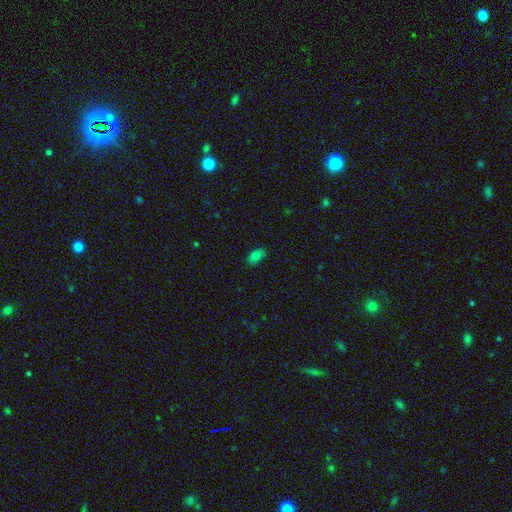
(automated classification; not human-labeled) The model was most divided on "merging": none: 81%, minor disturbance: 15%, major disturbance: 3%, merger: 1%. More confident: how rounded — in between (89%); smooth or featured — smooth (79%).